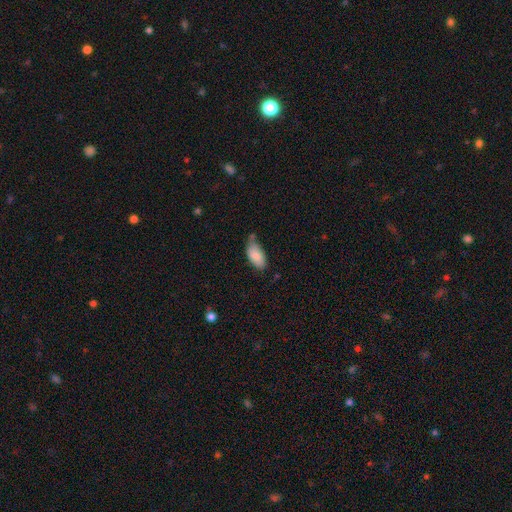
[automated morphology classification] This appears to be a smooth galaxy with no disk features (83%) that is in between round and cigar-shaped (94%). Merging: none (53%).